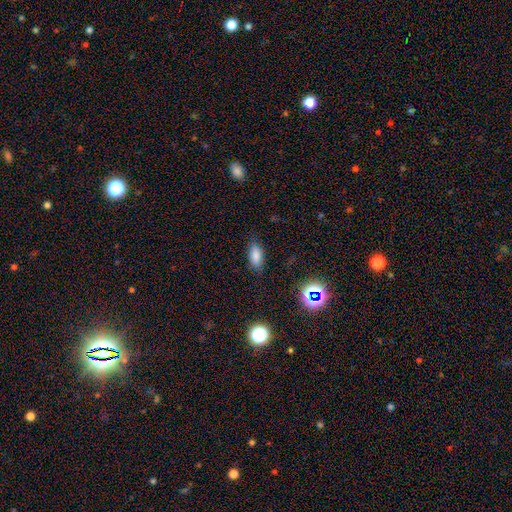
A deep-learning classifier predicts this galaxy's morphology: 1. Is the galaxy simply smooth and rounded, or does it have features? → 80% smooth, 13% star or artifact, 7% featured or disk.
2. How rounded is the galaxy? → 88% in between, 9% cigar-shaped, 4% round.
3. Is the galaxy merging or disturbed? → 82% none, 13% minor disturbance, 3% major disturbance, 1% merger.